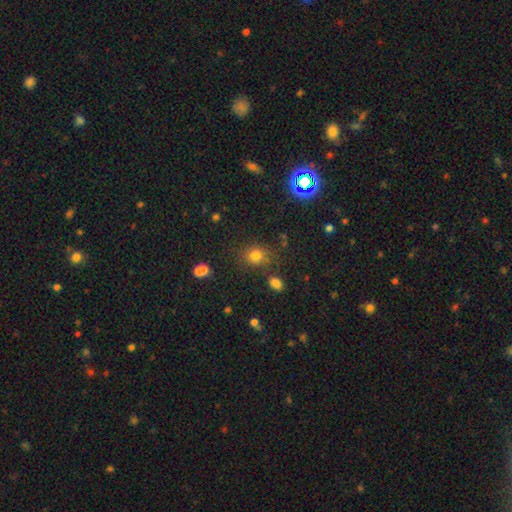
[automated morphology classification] type=smooth (73%); roundness=round (71%); merging=none (74%).